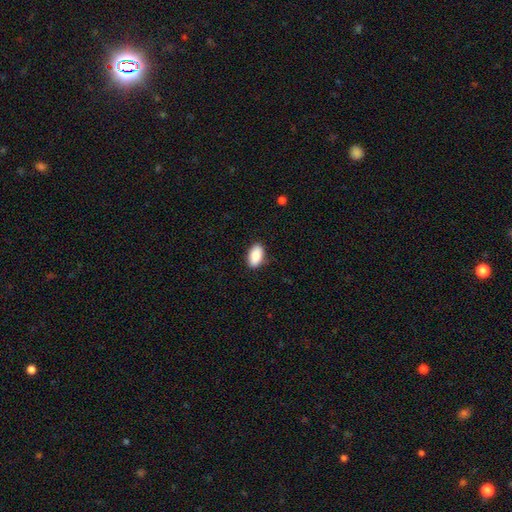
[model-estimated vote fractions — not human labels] smooth-or-featured: smooth: 88% | star or artifact: 7% | featured or disk: 5%
  how-rounded: in between: 94% | round: 4% | cigar-shaped: 2%
  merging: none: 87% | minor disturbance: 10% | major disturbance: 2% | merger: 1%